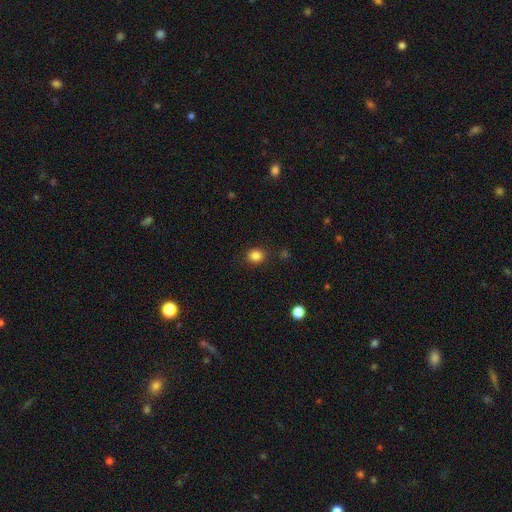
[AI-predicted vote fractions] A smooth galaxy with no disk features (84%) that is round (76%).

Vote fractions:
- Smooth or featured? smooth: 84% / star or artifact: 12% / featured or disk: 4%
- How rounded? round: 76% / in between: 23% / cigar-shaped: 1%
- Merging? none: 88% / minor disturbance: 8% / major disturbance: 3% / merger: 2%